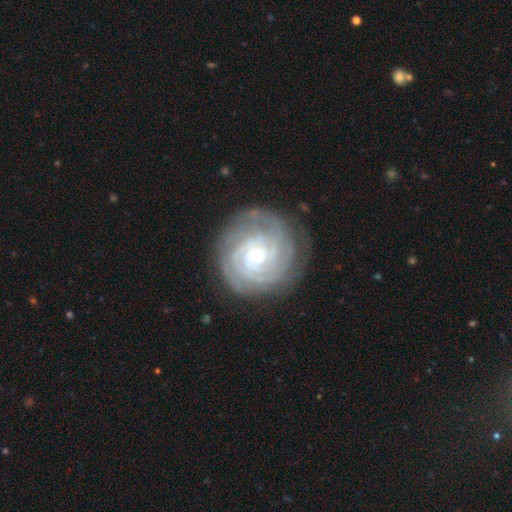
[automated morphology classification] Smooth or featured?
  - featured or disk: 86% *
  - smooth: 8%
  - star or artifact: 6%
Edge-on disk?
  - no: 97% *
  - yes: 3%
Bar?
  - no: 74% *
  - weak: 19%
  - strong: 6%
Spiral arms?
  - yes: 97% *
  - no: 3%
Spiral winding?
  - tight: 83% *
  - medium: 15%
  - loose: 3%
Spiral arm count?
  - can't tell: 26% *
  - 4: 23%
  - 3: 20%
  - 2: 13%
  - more than 4: 11%
  - 1: 7%
Bulge size?
  - small: 74% *
  - moderate: 23%
  - large: 1%
  - none: 1%
  - dominant: 1%
Merging?
  - none: 81% *
  - minor disturbance: 13%
  - major disturbance: 5%
  - merger: 1%